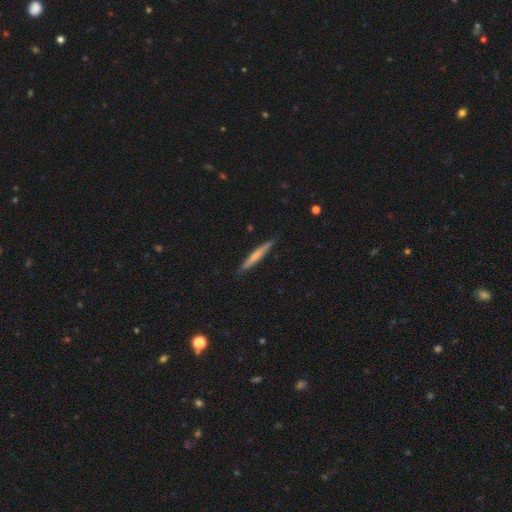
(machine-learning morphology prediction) smooth-or-featured: smooth: 56% | featured or disk: 38% | star or artifact: 5%
  how-rounded: cigar-shaped: 96% | in between: 3% | round: 1%
  merging: none: 89% | minor disturbance: 9% | major disturbance: 1% | merger: 1%